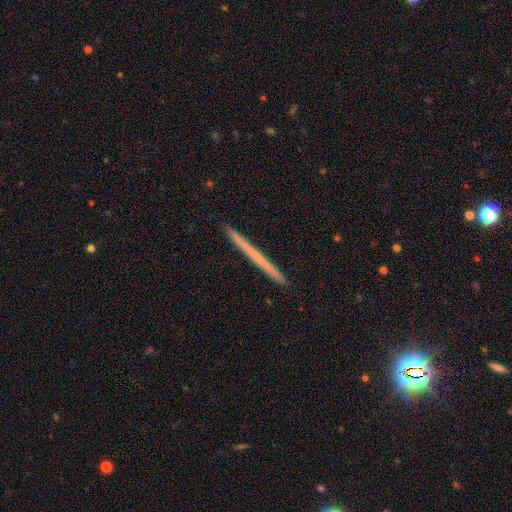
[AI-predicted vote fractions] Smooth or featured? featured or disk (47%)
Merging? none (93%)